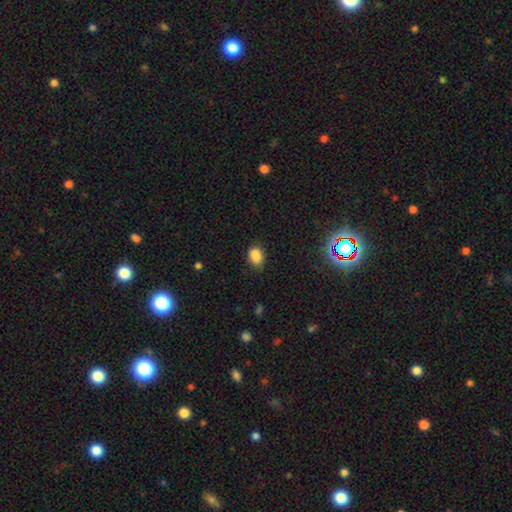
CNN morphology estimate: Q: Smooth or featured?
A: smooth (85%); runner-up: star or artifact (10%)
Q: How rounded?
A: in between (72%); runner-up: round (26%)
Q: Merging?
A: none (76%); runner-up: minor disturbance (18%)